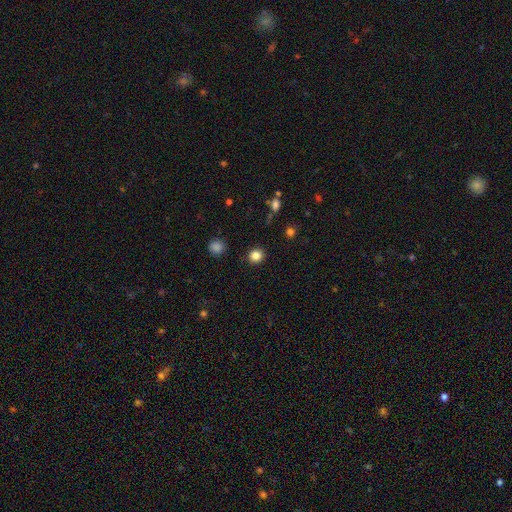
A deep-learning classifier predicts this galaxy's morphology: smooth 84%, star or artifact 12%, featured or disk 4%. Down the decision tree: how rounded — round (86%); merging — none (91%).